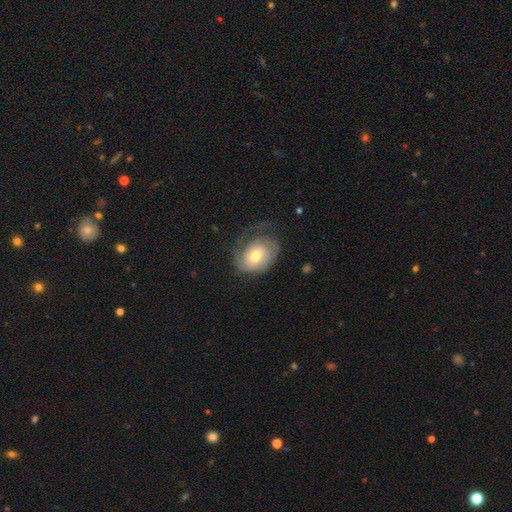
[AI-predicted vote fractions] smooth_or_featured: featured or disk (p=0.52) [alt: smooth p=0.41]
disk_edge_on: no (p=0.95) [alt: yes p=0.05]
merging: none (p=0.46) [alt: minor disturbance p=0.27]